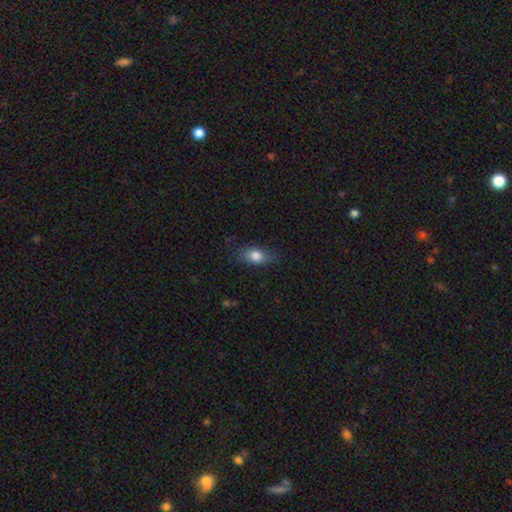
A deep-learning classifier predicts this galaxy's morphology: smooth 79%, featured or disk 12%, star or artifact 8%. Down the decision tree: how rounded — in between (79%); merging — none (73%).